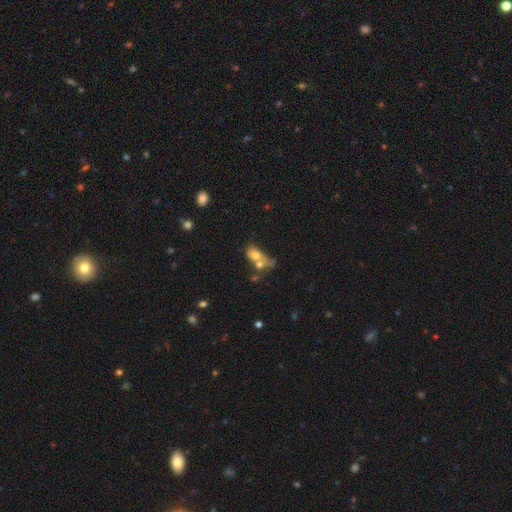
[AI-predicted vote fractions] The model was most divided on "smooth or featured": smooth: 64%, featured or disk: 24%, star or artifact: 12%. More confident: how rounded — in between (68%); merging — merger (62%).